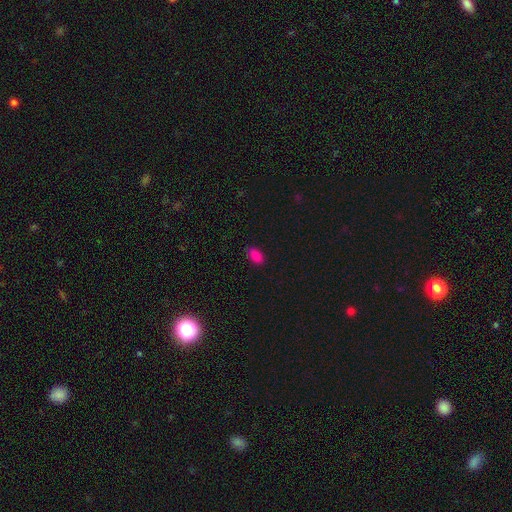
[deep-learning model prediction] smooth_or_featured: smooth (p=0.86) [alt: star or artifact p=0.11]
how_rounded: in between (p=0.93) [alt: round p=0.04]
merging: none (p=0.86) [alt: minor disturbance p=0.11]